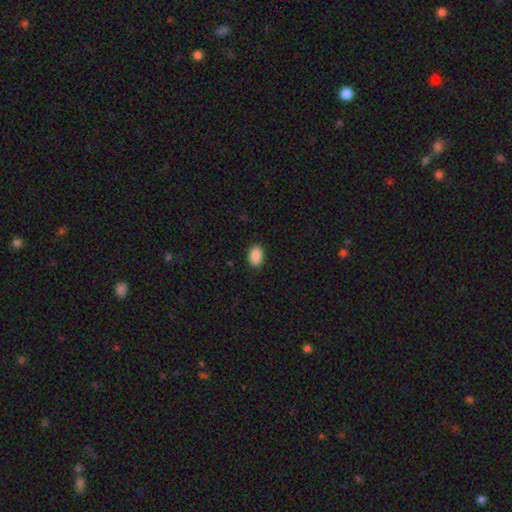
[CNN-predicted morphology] Overall: smooth (89%). How rounded: in between (87%). Merging: none (89%).